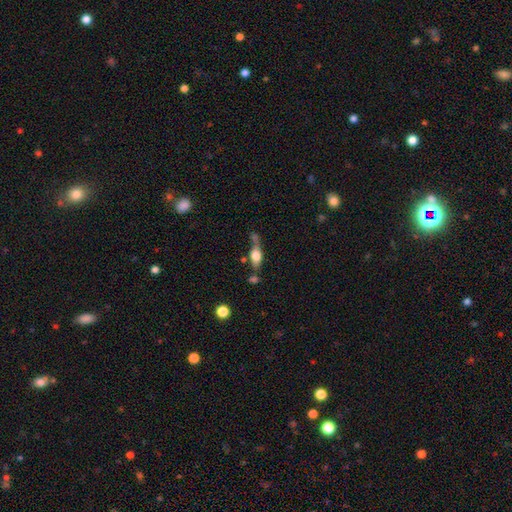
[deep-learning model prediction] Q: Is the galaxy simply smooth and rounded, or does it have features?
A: smooth — 60%.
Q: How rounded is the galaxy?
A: in between — 68%.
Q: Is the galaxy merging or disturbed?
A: none — 39%.